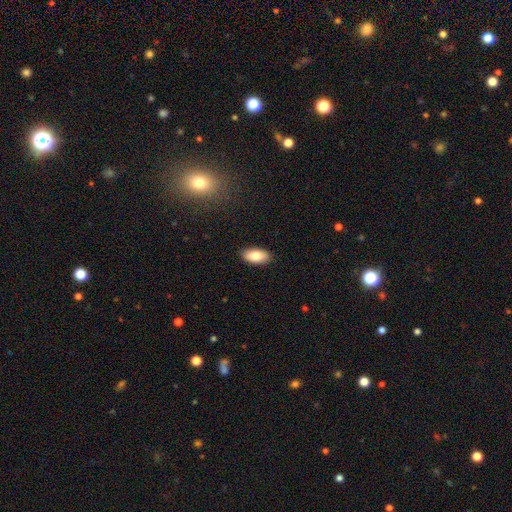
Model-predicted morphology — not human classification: Q: Smooth or featured?
A: smooth (82%); runner-up: featured or disk (11%)
Q: How rounded?
A: in between (92%); runner-up: cigar-shaped (5%)
Q: Merging?
A: none (89%); runner-up: minor disturbance (8%)